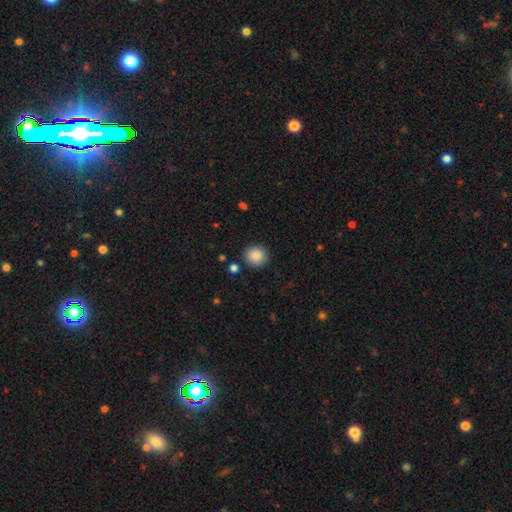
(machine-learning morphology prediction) Q: Smooth or featured?
A: smooth (88%); runner-up: star or artifact (8%)
Q: How rounded?
A: round (90%); runner-up: in between (9%)
Q: Merging?
A: none (89%); runner-up: minor disturbance (7%)